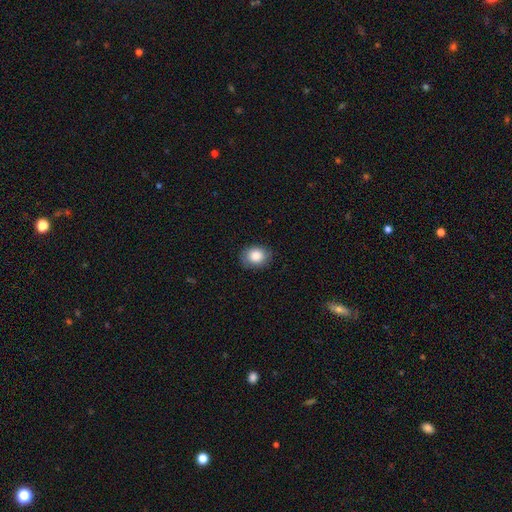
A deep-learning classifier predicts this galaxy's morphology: Smooth or featured? Predicted: smooth (p=0.85). How rounded? Predicted: round (p=0.55). Merging? Predicted: none (p=0.84).